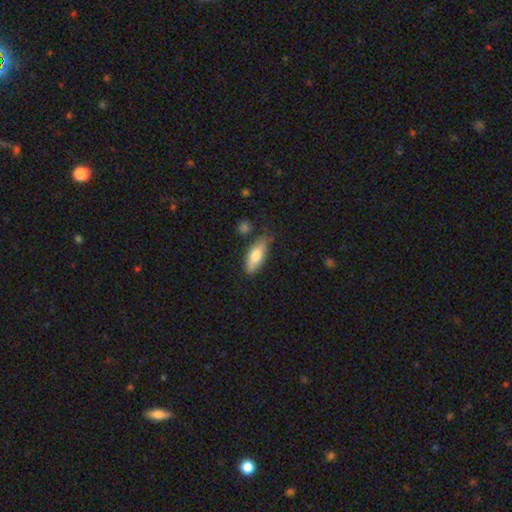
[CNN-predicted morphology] Overall: smooth (75%). How rounded: in between (70%). Merging: none (73%).